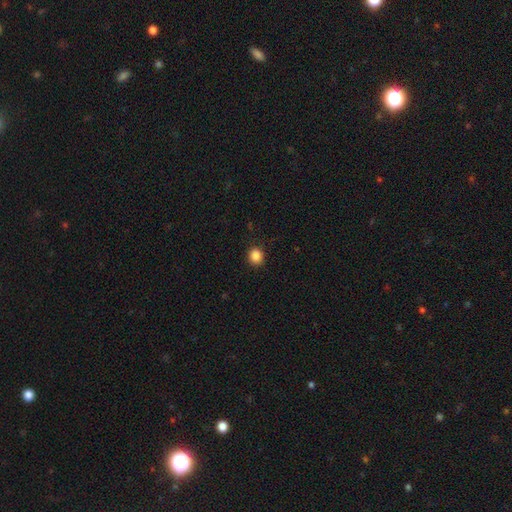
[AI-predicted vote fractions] This is clearly a smooth galaxy (87%). How rounded: clearly round (85%). Merging: clearly none (91%).